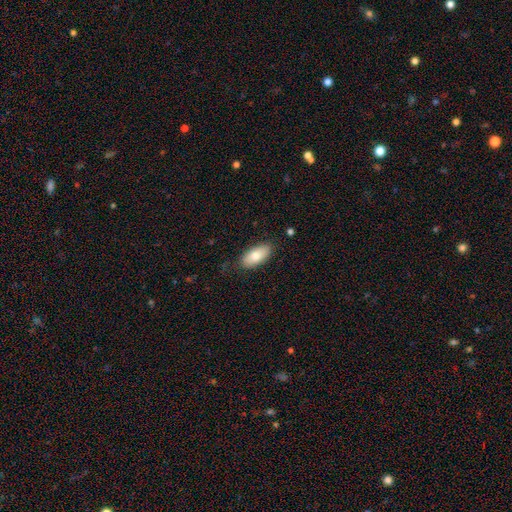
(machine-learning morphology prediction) The model was most divided on "smooth or featured": smooth: 80%, featured or disk: 14%, star or artifact: 6%. More confident: how rounded — in between (91%); merging — none (82%).